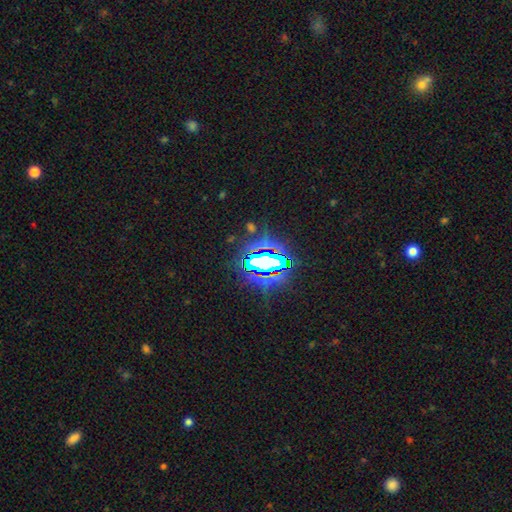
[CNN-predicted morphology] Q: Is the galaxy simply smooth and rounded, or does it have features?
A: star or artifact — 69%.